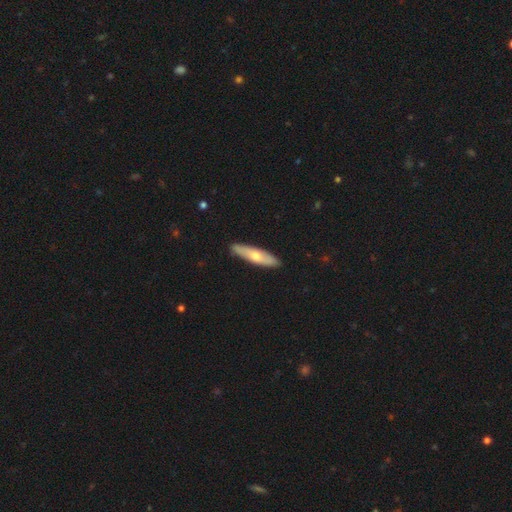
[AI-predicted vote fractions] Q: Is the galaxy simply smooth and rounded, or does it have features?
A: smooth — 55%.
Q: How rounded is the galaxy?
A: cigar-shaped — 75%.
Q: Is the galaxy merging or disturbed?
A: none — 90%.